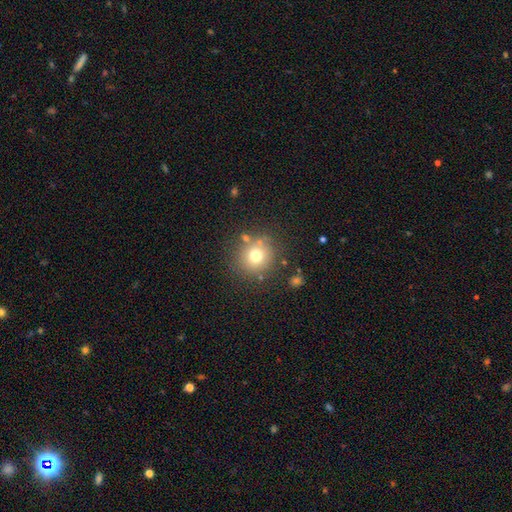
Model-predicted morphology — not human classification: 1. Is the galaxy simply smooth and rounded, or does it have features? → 73% smooth, 14% star or artifact, 13% featured or disk.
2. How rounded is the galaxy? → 89% round, 10% in between, 1% cigar-shaped.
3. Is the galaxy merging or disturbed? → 79% none, 11% minor disturbance, 6% merger, 5% major disturbance.